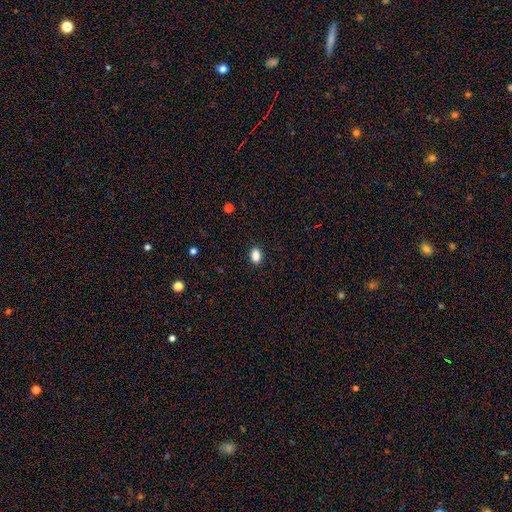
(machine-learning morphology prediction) Smooth or featured? smooth (87%)
How rounded? in between (77%)
Merging? none (90%)